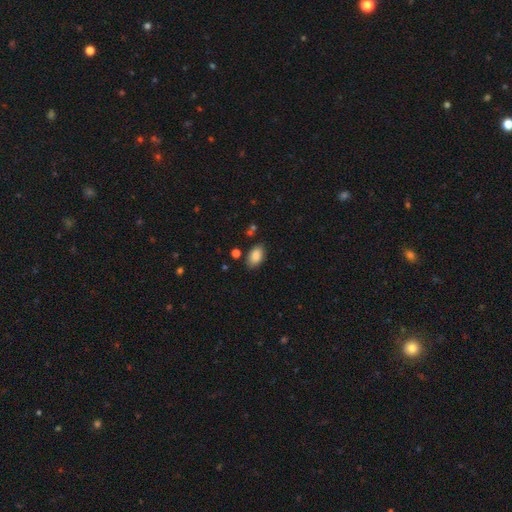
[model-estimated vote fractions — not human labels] Morphology: type=smooth (87%); roundness=in between (92%); merging=none (80%).